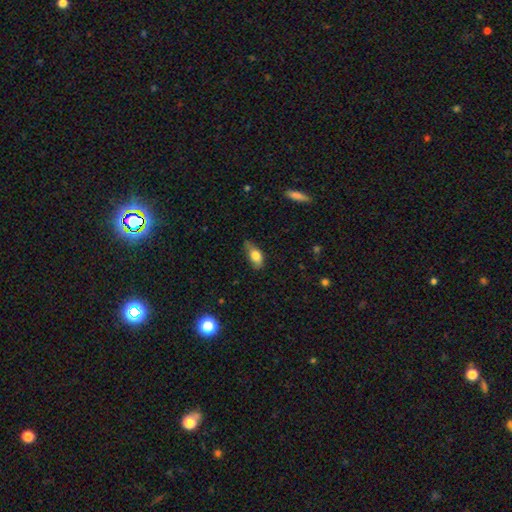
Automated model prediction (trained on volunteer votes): Smooth or featured?
  - smooth: 77% *
  - featured or disk: 16%
  - star or artifact: 8%
How rounded?
  - in between: 85% *
  - cigar-shaped: 10%
  - round: 5%
Merging?
  - none: 47% *
  - minor disturbance: 40%
  - major disturbance: 11%
  - merger: 2%